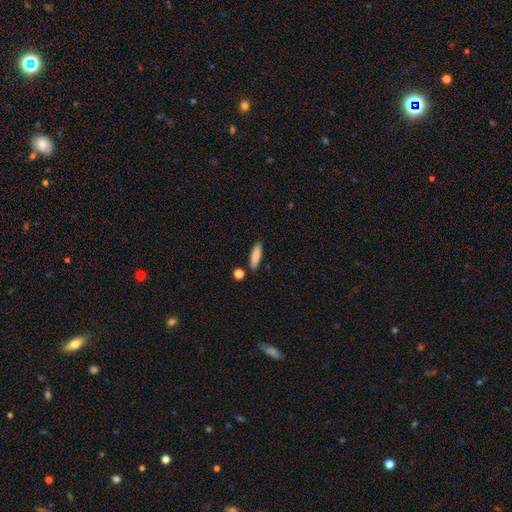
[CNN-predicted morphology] Smooth or featured: smooth — 83% (featured or disk — 11%)
How rounded: in between — 49% (tied with cigar-shaped — 49%)
Merging: none — 84% (minor disturbance — 10%)